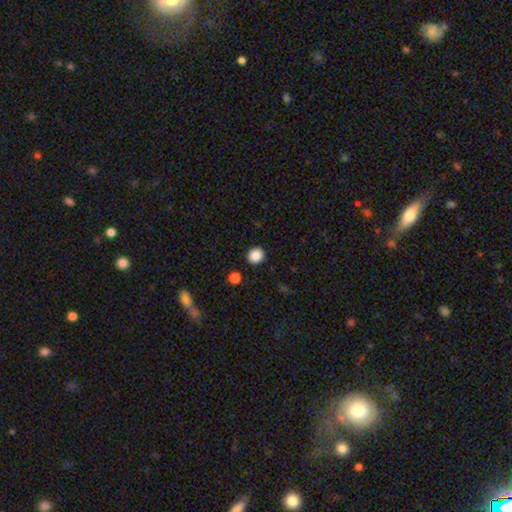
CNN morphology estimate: Q: Smooth or featured?
A: smooth (87%); runner-up: star or artifact (10%)
Q: How rounded?
A: round (89%); runner-up: in between (10%)
Q: Merging?
A: none (92%); runner-up: minor disturbance (5%)